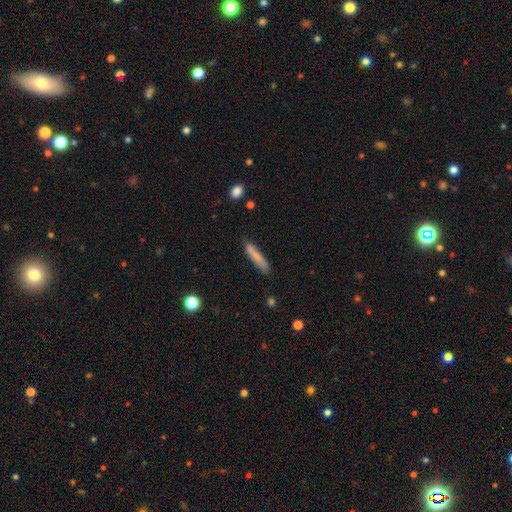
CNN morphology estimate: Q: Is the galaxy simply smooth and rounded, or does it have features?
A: smooth — 73%.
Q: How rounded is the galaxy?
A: cigar-shaped — 90%.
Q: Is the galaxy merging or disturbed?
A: none — 77%.